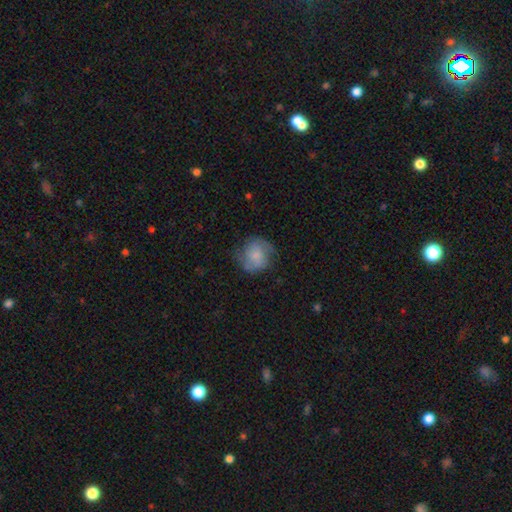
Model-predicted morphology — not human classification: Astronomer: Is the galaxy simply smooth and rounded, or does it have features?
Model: smooth — 50% (runner-up: featured or disk, 42%).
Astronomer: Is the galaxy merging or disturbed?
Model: none — 64%.